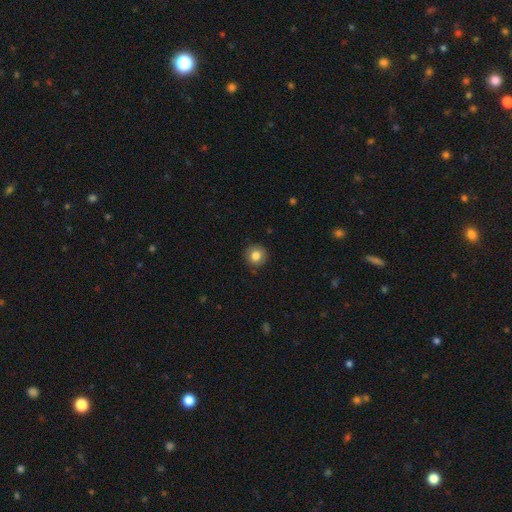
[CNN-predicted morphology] This is clearly a smooth galaxy (80%). How rounded: clearly round (92%). Merging: clearly none (86%).